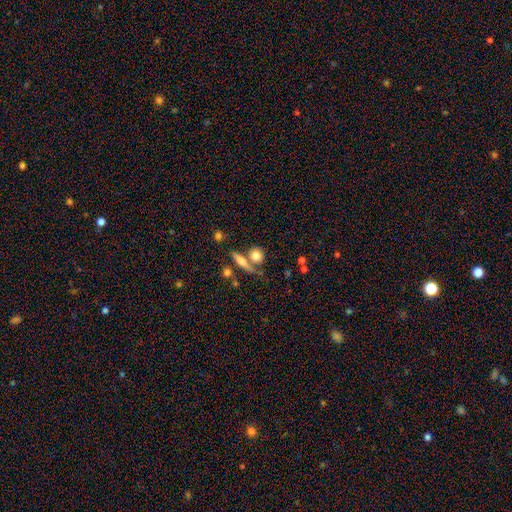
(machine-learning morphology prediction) Q: Smooth or featured?
A: smooth (76%); runner-up: featured or disk (15%)
Q: How rounded?
A: round (67%); runner-up: in between (24%)
Q: Merging?
A: none (58%); runner-up: merger (26%)